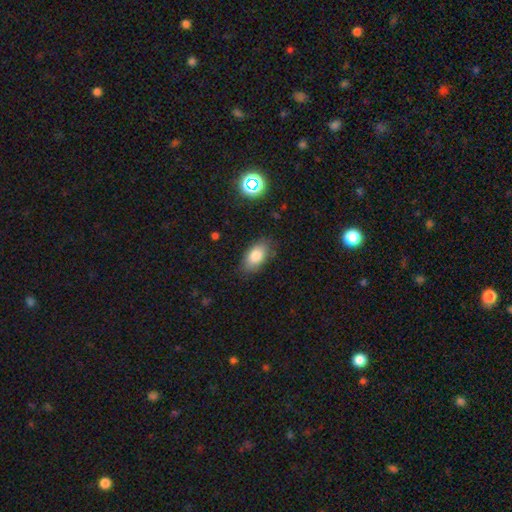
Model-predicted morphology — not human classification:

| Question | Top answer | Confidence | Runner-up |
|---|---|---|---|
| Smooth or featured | smooth | 82% | featured or disk (10%) |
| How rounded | in between | 91% | round (6%) |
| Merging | none | 80% | minor disturbance (15%) |